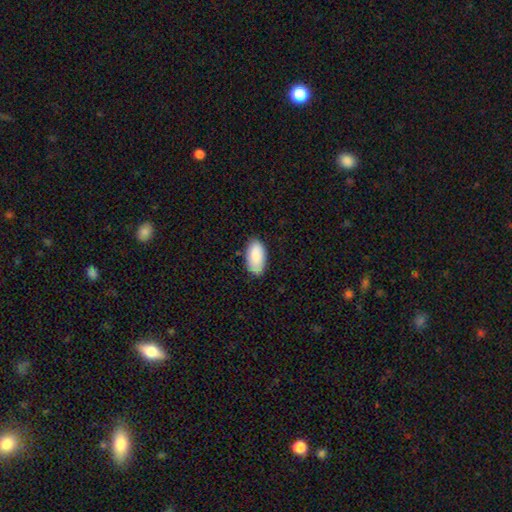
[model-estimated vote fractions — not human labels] smooth_or_featured: smooth (p=0.86) [alt: featured or disk p=0.08]
how_rounded: in between (p=0.95) [alt: cigar-shaped p=0.03]
merging: none (p=0.79) [alt: minor disturbance p=0.17]